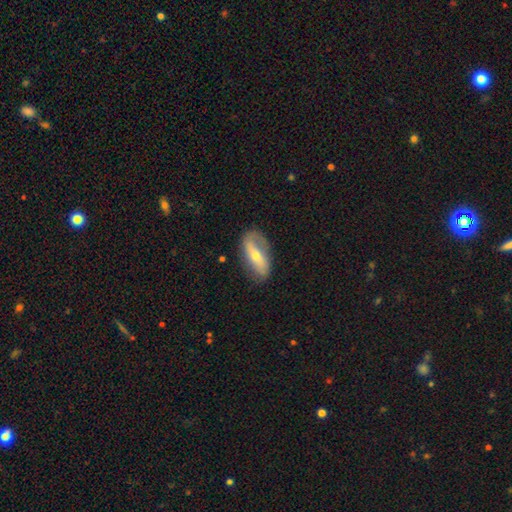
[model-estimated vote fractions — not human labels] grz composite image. It shows a featured or disk galaxy (55%). Merging: none (72%).